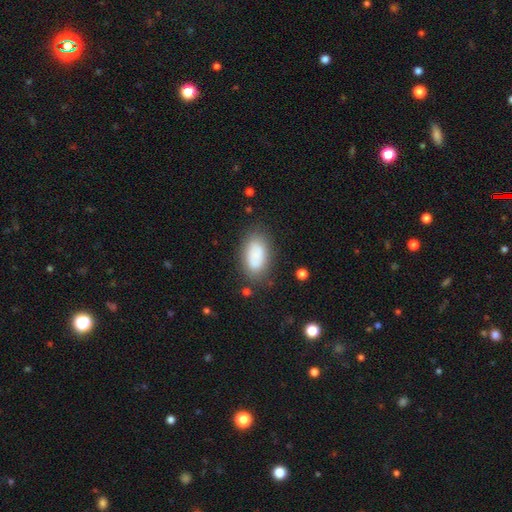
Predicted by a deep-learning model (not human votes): Smooth or featured: smooth — 76% (featured or disk — 16%)
How rounded: in between — 91% (round — 7%)
Merging: none — 72% (minor disturbance — 17%)